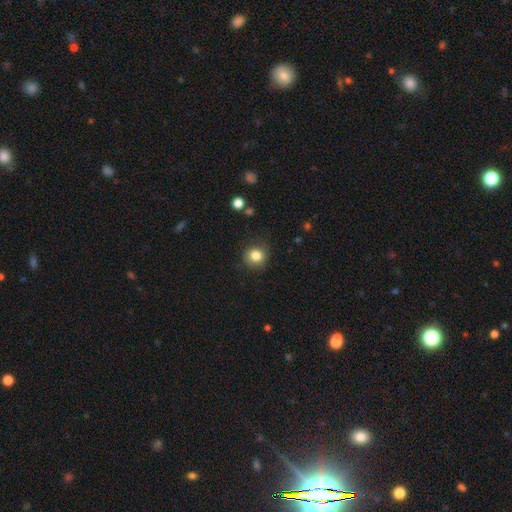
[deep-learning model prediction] This is clearly a smooth galaxy (83%). How rounded: clearly round (87%). Merging: clearly none (84%).